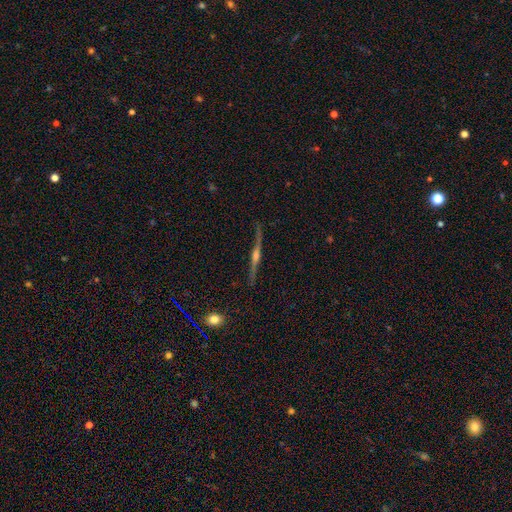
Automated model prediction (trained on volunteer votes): This appears to be a featured or disk galaxy (85%) viewed edge-on (97%) with a rounded central bulge (87%). Merging: none (86%).